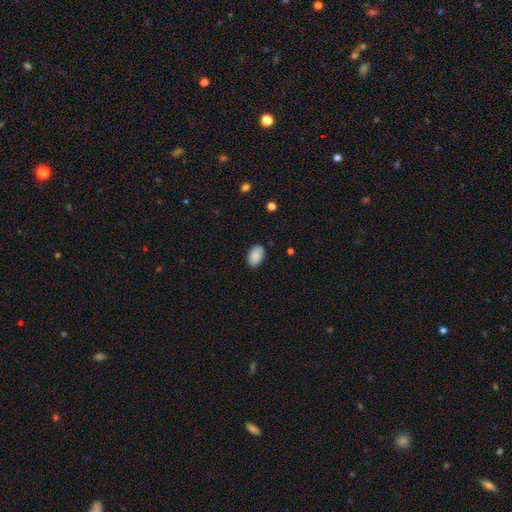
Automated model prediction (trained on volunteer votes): smooth_or_featured: smooth (p=0.89) [alt: star or artifact p=0.08]
how_rounded: in between (p=0.87) [alt: round p=0.11]
merging: none (p=0.81) [alt: minor disturbance p=0.15]